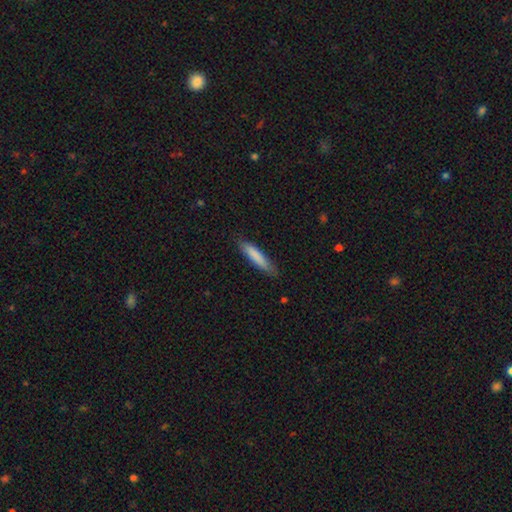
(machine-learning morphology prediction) smooth-or-featured: smooth: 83% | featured or disk: 11% | star or artifact: 5%
  how-rounded: cigar-shaped: 84% | in between: 15% | round: 1%
  merging: none: 82% | minor disturbance: 14% | major disturbance: 2% | merger: 1%